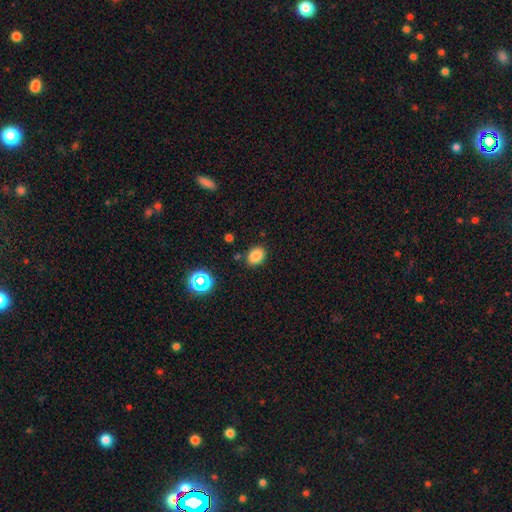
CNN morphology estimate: Smooth or featured: smooth — 81% (star or artifact — 13%)
How rounded: in between — 65% (round — 34%)
Merging: none — 84% (minor disturbance — 10%)